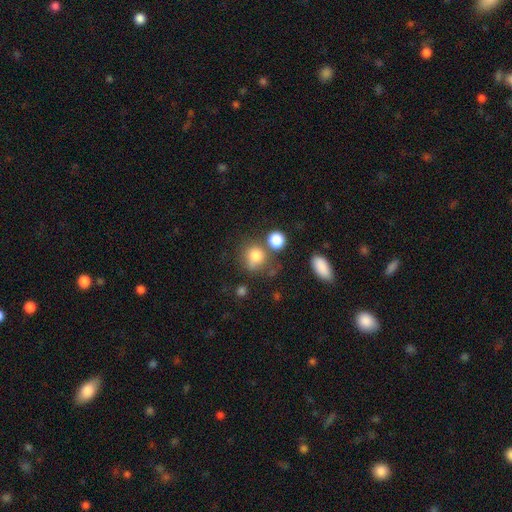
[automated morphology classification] Smooth or featured: smooth — 79% (star or artifact — 12%)
How rounded: round — 75% (in between — 24%)
Merging: none — 54% (merger — 19%)